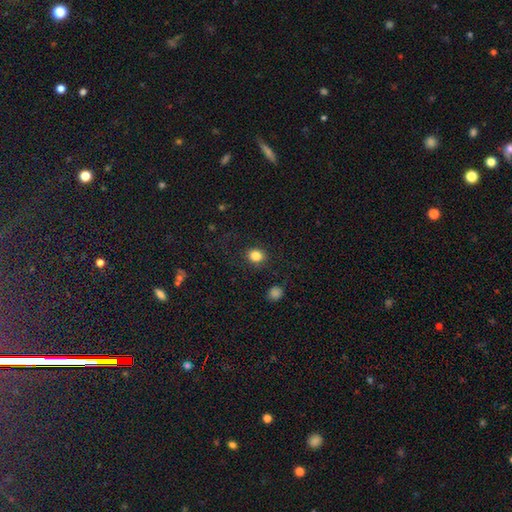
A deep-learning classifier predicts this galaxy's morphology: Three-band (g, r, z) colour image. It shows a smooth galaxy with no disk features (84%) that is round (68%). Merging: none (86%).